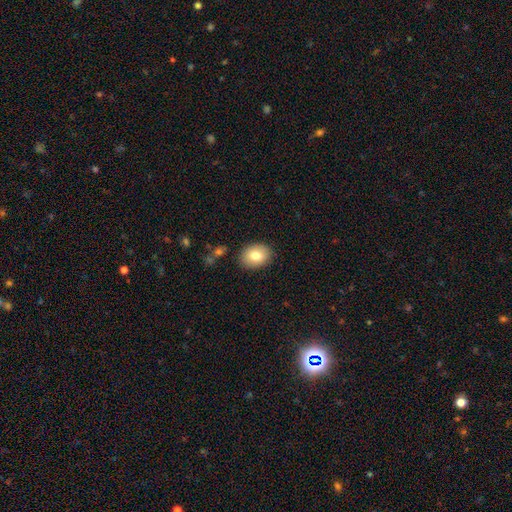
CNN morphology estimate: This appears to be a smooth galaxy with no disk features (80%) that is in between round and cigar-shaped (67%). Merging: none (87%).